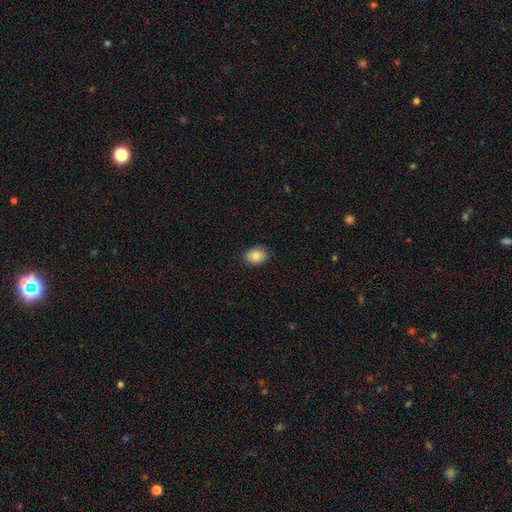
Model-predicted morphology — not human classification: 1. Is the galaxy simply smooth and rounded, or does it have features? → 84% smooth, 8% star or artifact, 8% featured or disk.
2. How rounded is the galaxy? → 66% in between, 33% round, 1% cigar-shaped.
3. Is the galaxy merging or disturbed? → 88% none, 10% minor disturbance, 2% major disturbance, 1% merger.